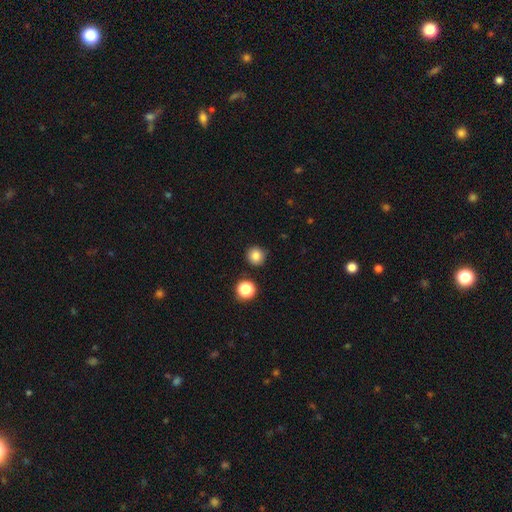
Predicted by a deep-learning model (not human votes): smooth-or-featured: smooth: 83% | star or artifact: 12% | featured or disk: 5%
  how-rounded: round: 93% | in between: 6% | cigar-shaped: 1%
  merging: none: 88% | minor disturbance: 7% | merger: 3% | major disturbance: 2%